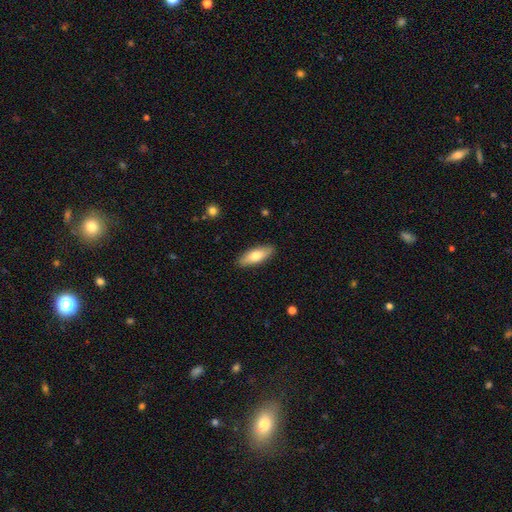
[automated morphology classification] smooth_or_featured: smooth (p=0.73) [alt: featured or disk p=0.22]
how_rounded: in between (p=0.65) [alt: cigar-shaped p=0.33]
merging: none (p=0.89) [alt: minor disturbance p=0.08]